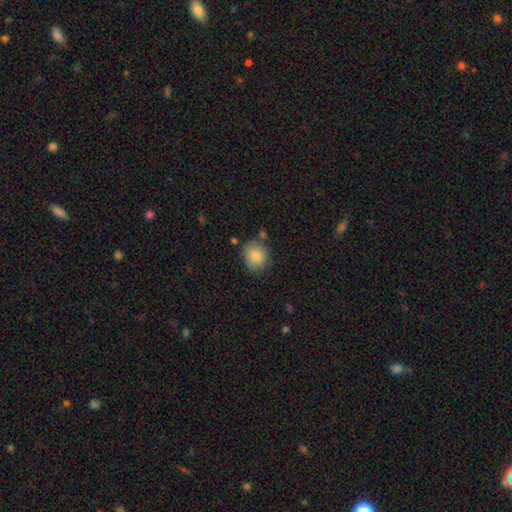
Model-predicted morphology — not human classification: Overall: smooth (85%). How rounded: round (70%). Merging: none (74%).